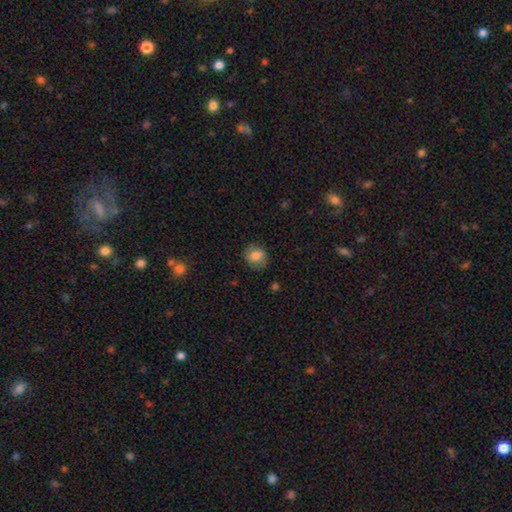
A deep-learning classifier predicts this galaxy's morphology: Smooth or featured: smooth — 80% (featured or disk — 10%)
How rounded: round — 68% (in between — 31%)
Merging: none — 81% (minor disturbance — 14%)